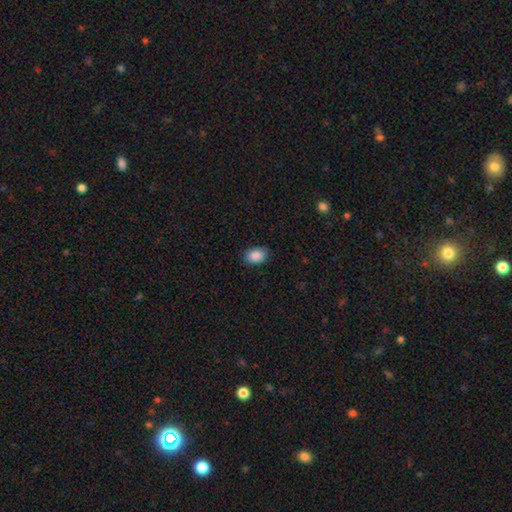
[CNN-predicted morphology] Smooth or featured? smooth (89%)
How rounded? in between (82%)
Merging? none (87%)